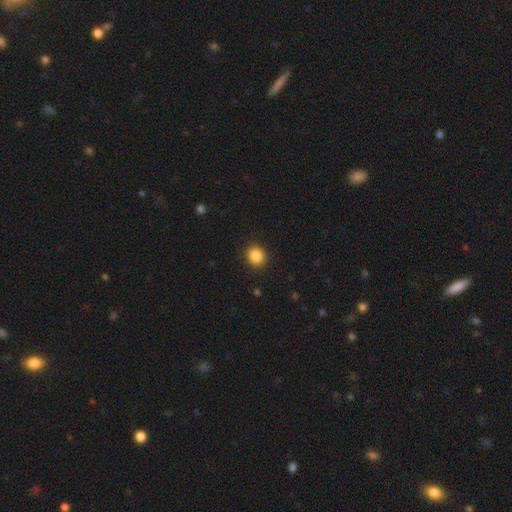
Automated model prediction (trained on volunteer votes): Overall: smooth (87%). How rounded: round (70%). Merging: none (90%).